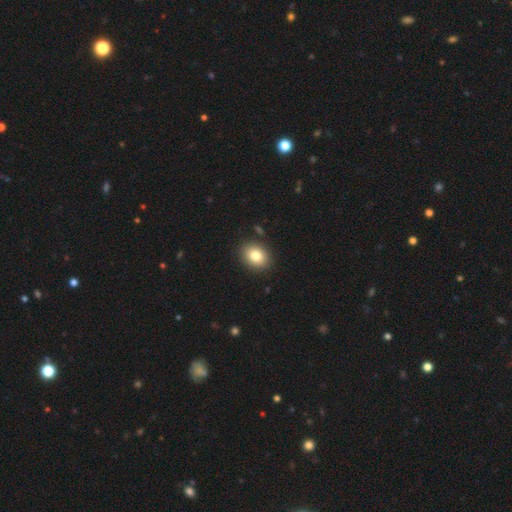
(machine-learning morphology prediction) Smooth or featured?
  - smooth: 81% *
  - star or artifact: 10%
  - featured or disk: 9%
How rounded?
  - in between: 52% *
  - round: 47%
  - cigar-shaped: 1%
Merging?
  - none: 89% *
  - minor disturbance: 7%
  - major disturbance: 2%
  - merger: 2%